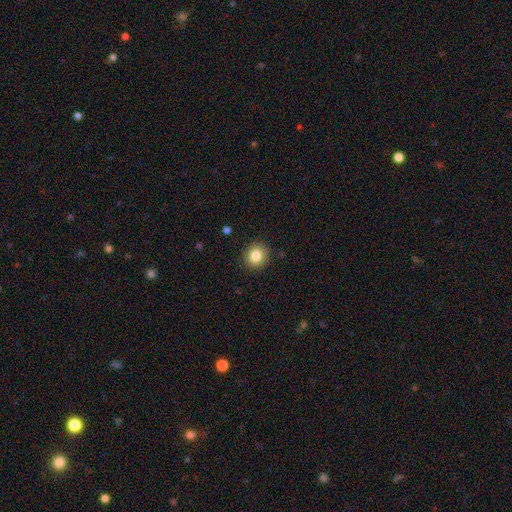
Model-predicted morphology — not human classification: smooth-or-featured: smooth: 83% | star or artifact: 10% | featured or disk: 7%
  how-rounded: round: 80% | in between: 19% | cigar-shaped: 1%
  merging: none: 89% | minor disturbance: 7% | major disturbance: 2% | merger: 1%